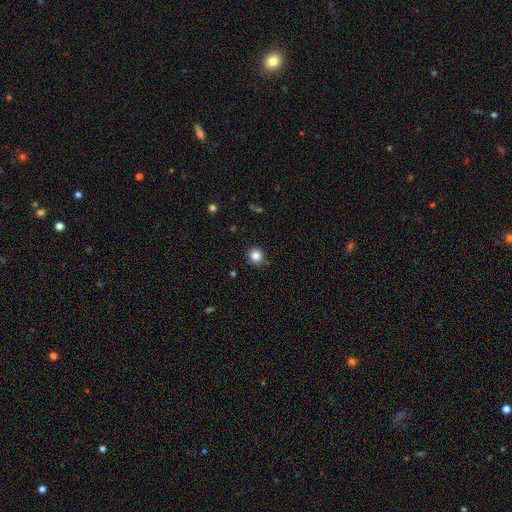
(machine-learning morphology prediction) Smooth or featured?
  - smooth: 84% *
  - star or artifact: 11%
  - featured or disk: 5%
How rounded?
  - round: 92% *
  - in between: 7%
  - cigar-shaped: 1%
Merging?
  - none: 89% *
  - minor disturbance: 7%
  - major disturbance: 2%
  - merger: 1%